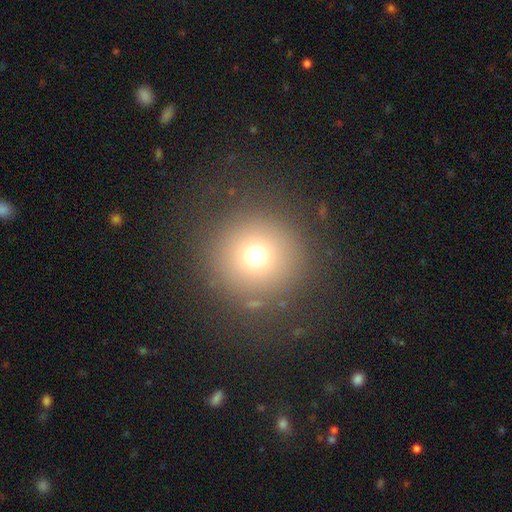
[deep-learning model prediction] This appears to be a smooth galaxy with no disk features (71%) that is round (95%). Merging: none (86%).